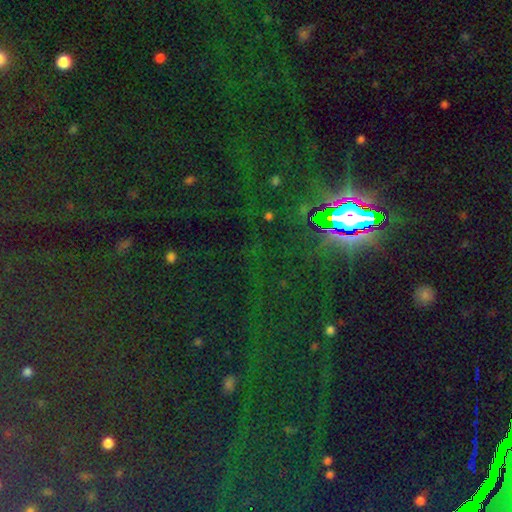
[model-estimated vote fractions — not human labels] The model was most divided on "smooth or featured": star or artifact: 84%, smooth: 8%, featured or disk: 8%.